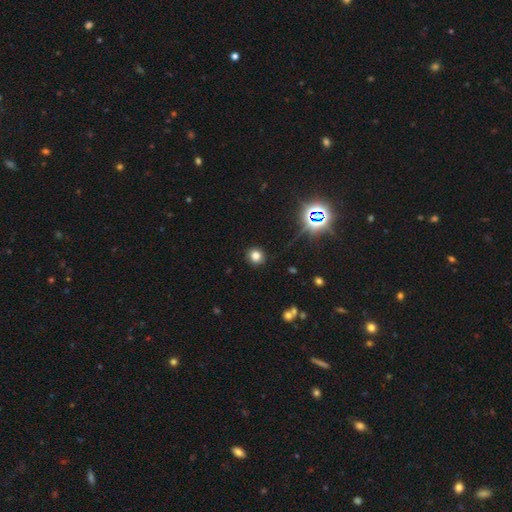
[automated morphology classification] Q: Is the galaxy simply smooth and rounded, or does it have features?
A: smooth — 76%.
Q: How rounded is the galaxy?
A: round — 87%.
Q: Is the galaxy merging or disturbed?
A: none — 90%.